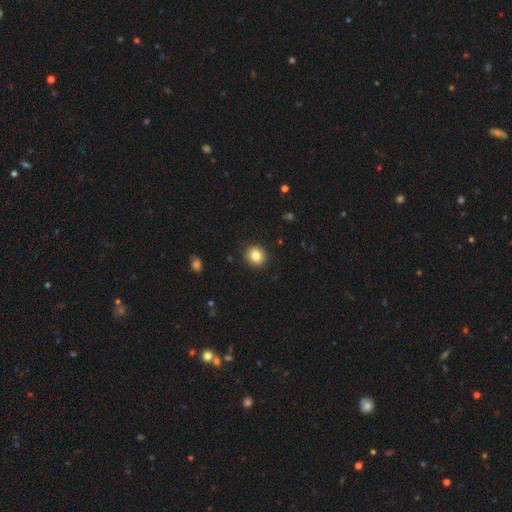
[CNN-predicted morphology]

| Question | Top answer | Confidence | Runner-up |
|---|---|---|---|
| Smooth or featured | smooth | 84% | star or artifact (10%) |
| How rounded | round | 87% | in between (12%) |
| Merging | none | 92% | minor disturbance (6%) |